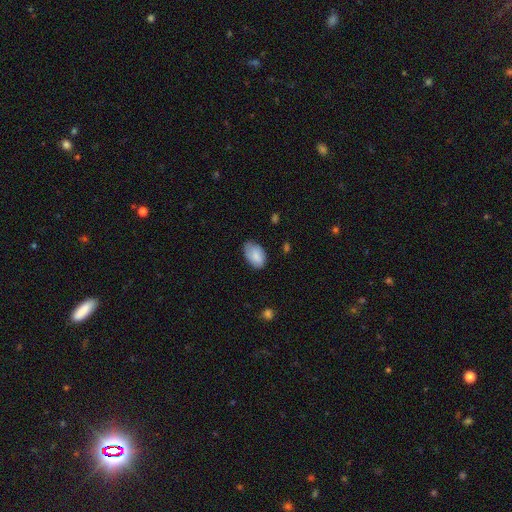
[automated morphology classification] smooth-or-featured: smooth: 83% | featured or disk: 10% | star or artifact: 7%
  how-rounded: in between: 92% | round: 7% | cigar-shaped: 1%
  merging: none: 67% | minor disturbance: 27% | major disturbance: 5% | merger: 1%